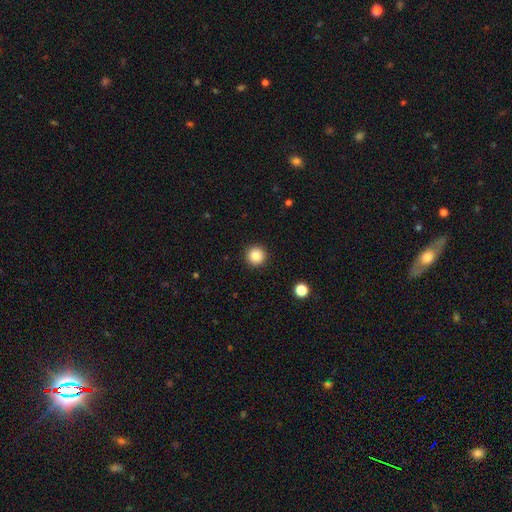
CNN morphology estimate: A smooth galaxy with no disk features (86%) that is round (96%).

Vote fractions:
- Smooth or featured? smooth: 86% / star or artifact: 10% / featured or disk: 4%
- How rounded? round: 96% / in between: 3% / cigar-shaped: 1%
- Merging? none: 93% / minor disturbance: 4% / major disturbance: 2% / merger: 1%